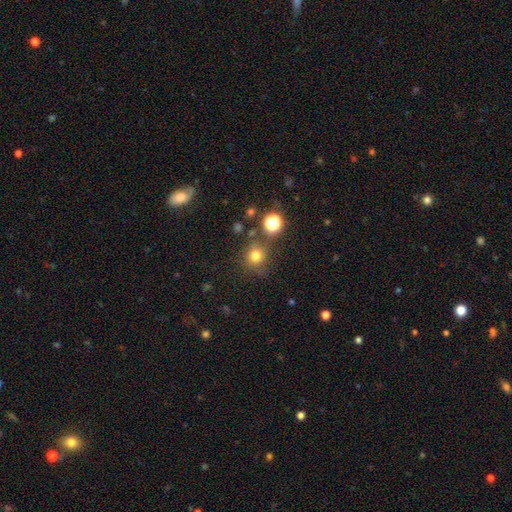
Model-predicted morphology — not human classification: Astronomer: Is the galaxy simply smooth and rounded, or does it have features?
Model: smooth — 76%.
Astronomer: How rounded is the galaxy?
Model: round — 89%.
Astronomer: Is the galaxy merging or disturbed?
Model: none — 75%.